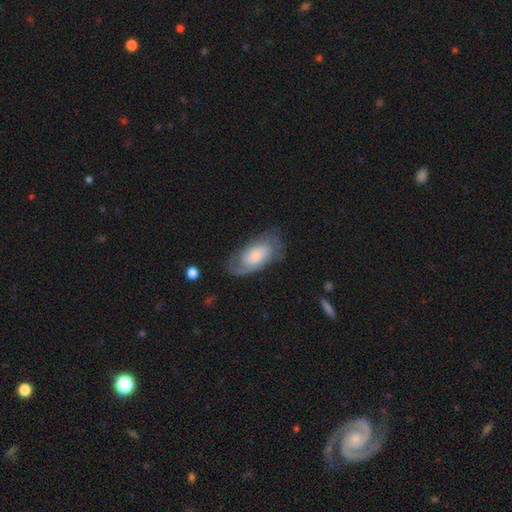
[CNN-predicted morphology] smooth-or-featured: featured or disk: 57% | smooth: 36% | star or artifact: 7%
  disk-edge-on: no: 94% | yes: 6%
    bar: no: 70% | weak: 26% | strong: 4%
    has-spiral-arms: yes: 86% | no: 14%
    bulge-size: small: 29% | moderate: 26% | large: 25% | none: 16% | dominant: 4%
  merging: none: 64% | minor disturbance: 23% | major disturbance: 12% | merger: 2%